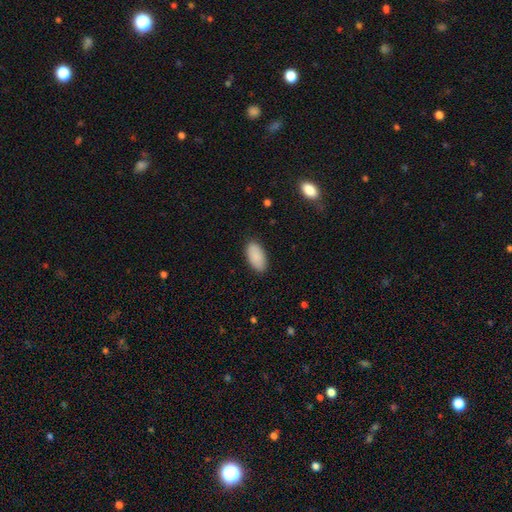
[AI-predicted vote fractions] Morphology: type=smooth (90%); roundness=in between (95%); merging=none (87%).